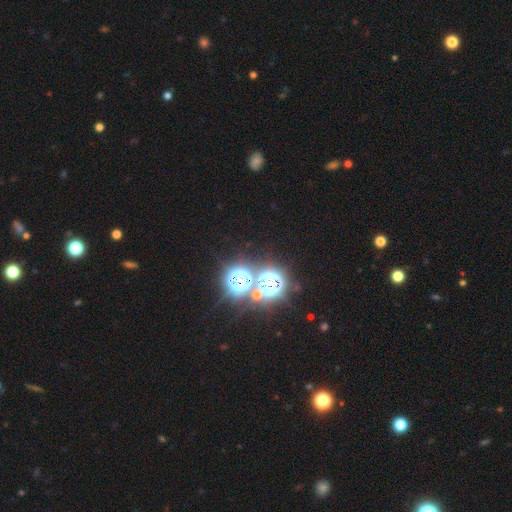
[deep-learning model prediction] star or artifact 78%, smooth 16%, featured or disk 6%.